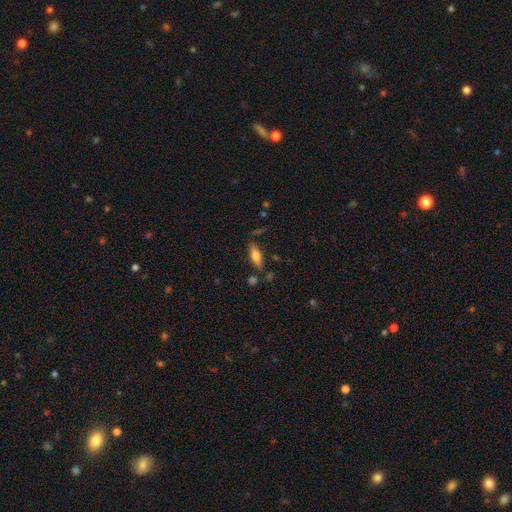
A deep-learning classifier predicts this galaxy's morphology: Q: Smooth or featured?
A: smooth (60%); runner-up: featured or disk (33%)
Q: How rounded?
A: in between (59%); runner-up: cigar-shaped (38%)
Q: Merging?
A: none (78%); runner-up: minor disturbance (14%)